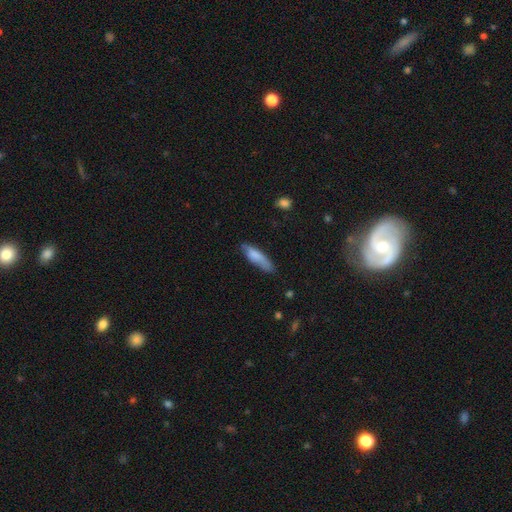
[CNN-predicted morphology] This appears to be a smooth galaxy with no disk features (78%) that is cigar-shaped (61%). Merging: none (64%).